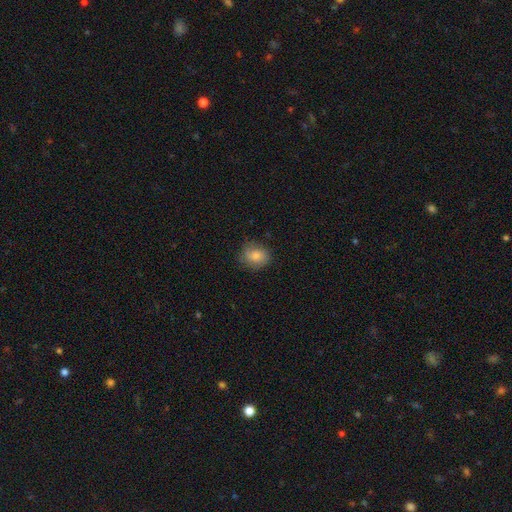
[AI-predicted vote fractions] smooth-or-featured: smooth: 80% | featured or disk: 12% | star or artifact: 8%
  how-rounded: round: 60% | in between: 39% | cigar-shaped: 1%
  merging: none: 76% | minor disturbance: 18% | major disturbance: 5% | merger: 1%